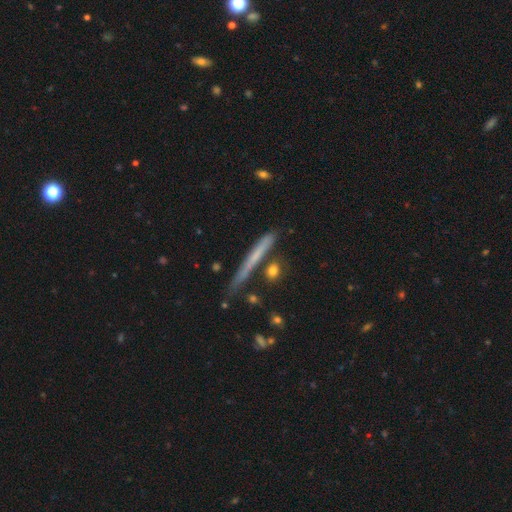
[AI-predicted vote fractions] This is possibly a smooth galaxy (52%). How rounded: clearly cigar-shaped (95%). Merging: likely none (75%).